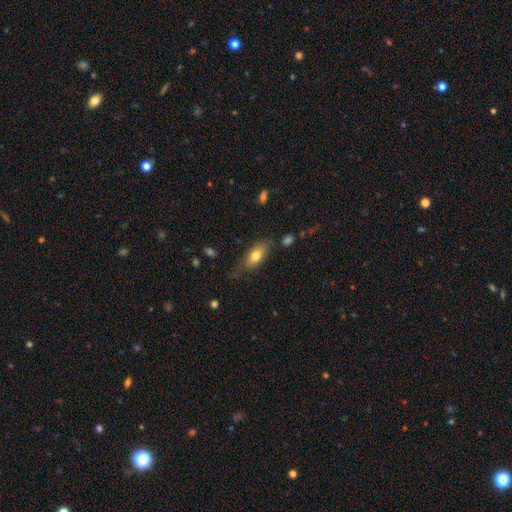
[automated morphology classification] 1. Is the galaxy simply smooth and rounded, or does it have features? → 73% smooth, 20% featured or disk, 7% star or artifact.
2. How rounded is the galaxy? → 80% in between, 16% cigar-shaped, 4% round.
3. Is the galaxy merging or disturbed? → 65% none, 24% minor disturbance, 7% major disturbance, 3% merger.